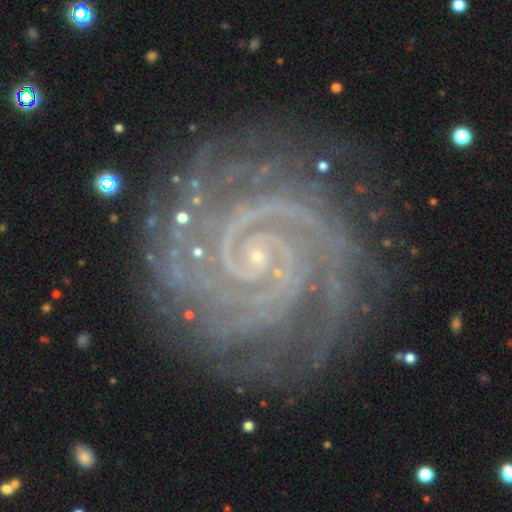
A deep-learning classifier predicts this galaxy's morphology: Overall: featured or disk (91%). Edge-on disk: no (98%). Bar: no (60%; weak 27%). Spiral arms: yes (99%). Spiral arm count: 2 (45%; 3 17%). Spiral winding: tight (84%). Bulge size: small (87%). Merging: none (83%).